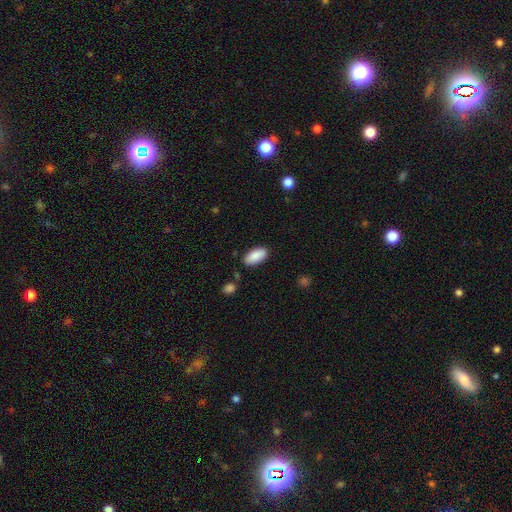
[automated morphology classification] Overall: smooth (88%). How rounded: in between (91%). Merging: none (84%).